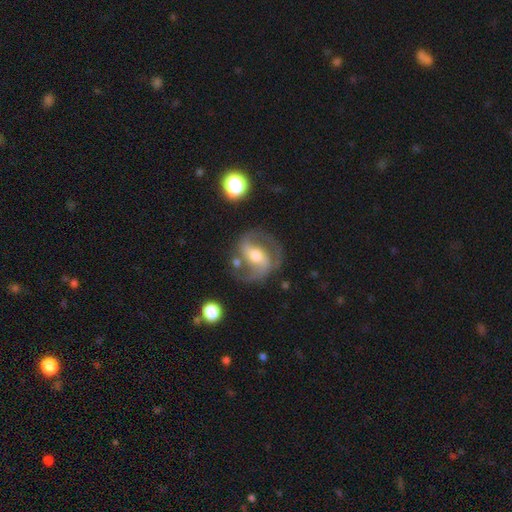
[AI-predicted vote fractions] Morphology: type=featured or disk (83%); edge-on=no (97%); bar=strong (47%); spiral arms=yes (92%); winding=medium (57%); arm count=2 (91%); bulge=moderate (64%); merging=none (71%).